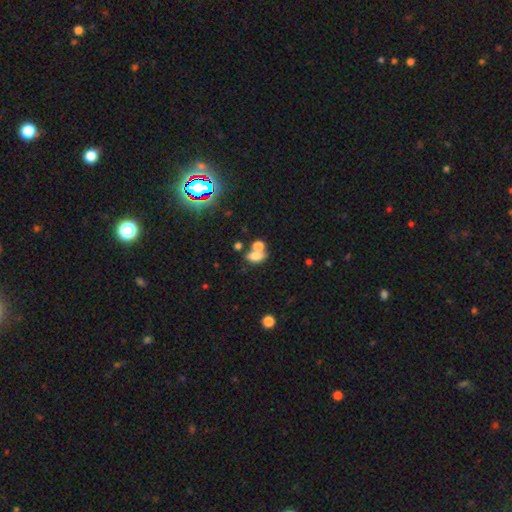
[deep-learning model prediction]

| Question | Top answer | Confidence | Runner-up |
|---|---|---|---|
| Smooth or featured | smooth | 71% | featured or disk (15%) |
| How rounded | in between | 77% | round (16%) |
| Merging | merger | 47% | none (36%) |